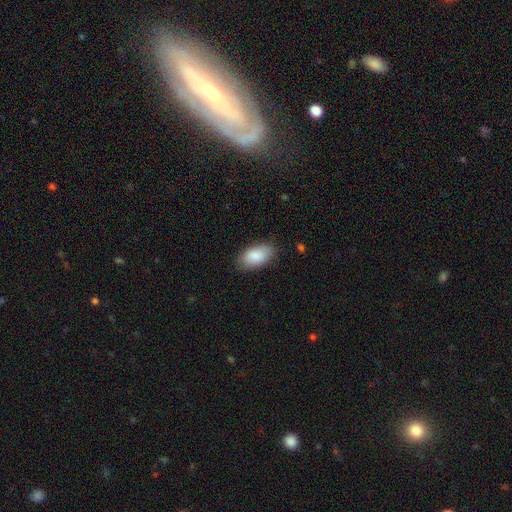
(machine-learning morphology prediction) The model was most divided on "merging": none: 82%, minor disturbance: 14%, major disturbance: 3%, merger: 1%. More confident: how rounded — in between (94%); smooth or featured — smooth (87%).